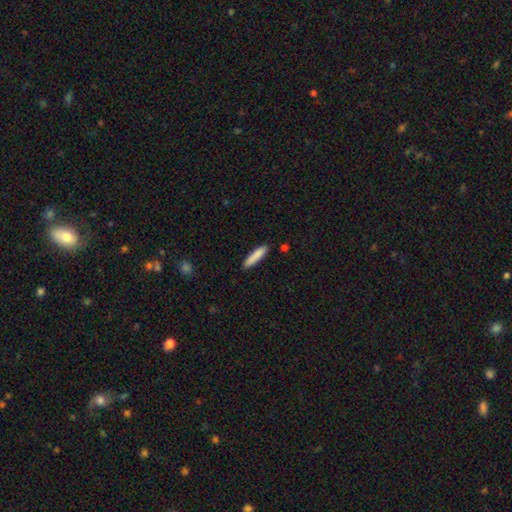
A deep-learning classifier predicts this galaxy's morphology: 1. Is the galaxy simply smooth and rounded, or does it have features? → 86% smooth, 8% featured or disk, 6% star or artifact.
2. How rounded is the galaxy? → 85% cigar-shaped, 14% in between, 1% round.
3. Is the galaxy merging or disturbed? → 88% none, 9% minor disturbance, 2% major disturbance, 2% merger.